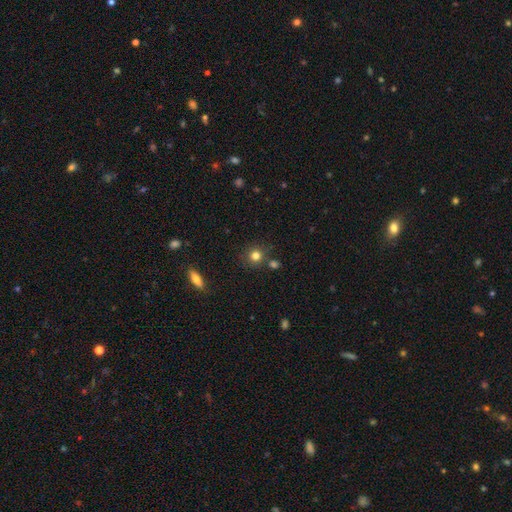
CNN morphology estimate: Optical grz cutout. It shows a smooth galaxy with no disk features (80%) that is round (89%). Merging: none (78%).